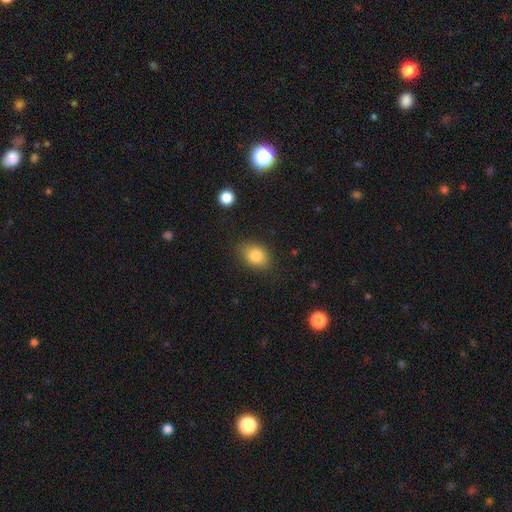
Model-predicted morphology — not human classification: type=smooth (81%); roundness=in between (70%); merging=none (83%).